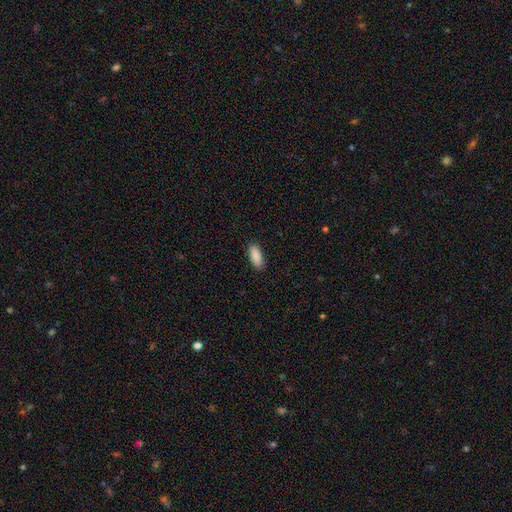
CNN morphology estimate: Overall: smooth (90%). How rounded: in between (79%). Merging: none (89%).